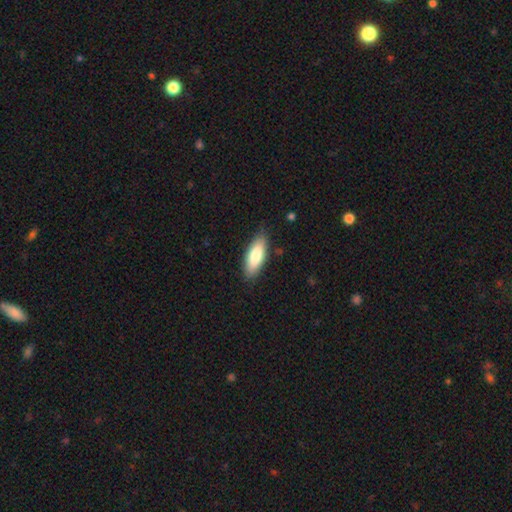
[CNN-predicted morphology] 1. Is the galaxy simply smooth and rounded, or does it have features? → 82% smooth, 12% featured or disk, 6% star or artifact.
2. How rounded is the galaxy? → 73% in between, 26% cigar-shaped, 2% round.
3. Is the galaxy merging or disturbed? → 84% none, 13% minor disturbance, 2% major disturbance, 1% merger.